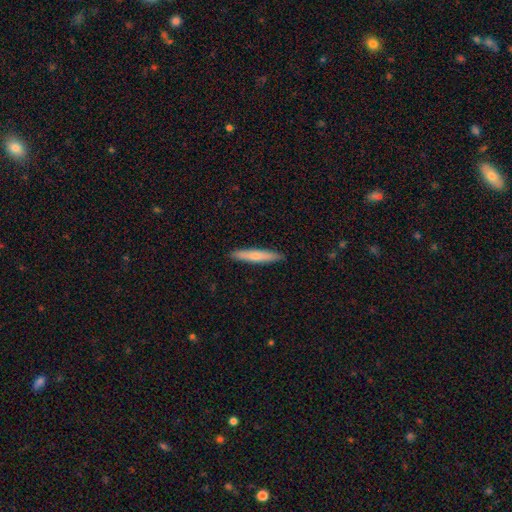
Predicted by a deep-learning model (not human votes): This is likely a smooth galaxy (68%). How rounded: clearly cigar-shaped (93%). Merging: clearly none (91%).